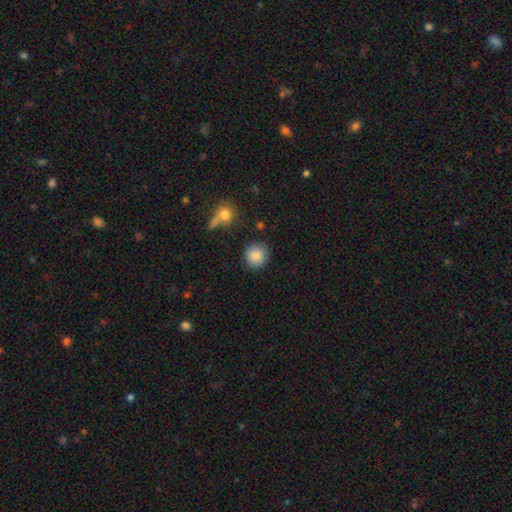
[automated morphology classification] Smooth or featured? smooth (86%)
How rounded? round (89%)
Merging? none (82%)